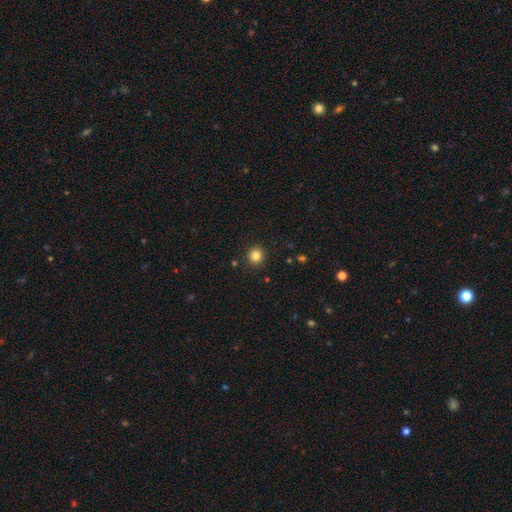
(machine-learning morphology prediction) A smooth galaxy with no disk features (83%) that is round (93%).

Vote fractions:
- Smooth or featured? smooth: 83% / star or artifact: 12% / featured or disk: 5%
- How rounded? round: 93% / in between: 6% / cigar-shaped: 1%
- Merging? none: 91% / minor disturbance: 5% / major disturbance: 2% / merger: 1%